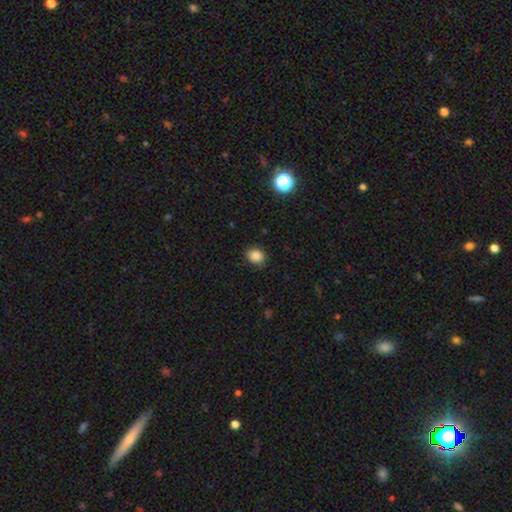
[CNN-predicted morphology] Smooth or featured? Predicted: smooth (p=0.85). How rounded? Predicted: round (p=0.58). Merging? Predicted: none (p=0.86).